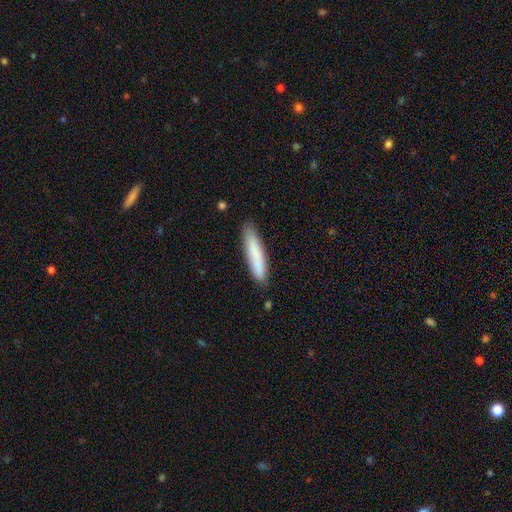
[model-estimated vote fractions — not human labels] Smooth or featured?
  - smooth: 81% *
  - featured or disk: 13%
  - star or artifact: 6%
How rounded?
  - cigar-shaped: 88% *
  - in between: 11%
  - round: 1%
Merging?
  - none: 85% *
  - minor disturbance: 11%
  - major disturbance: 2%
  - merger: 2%